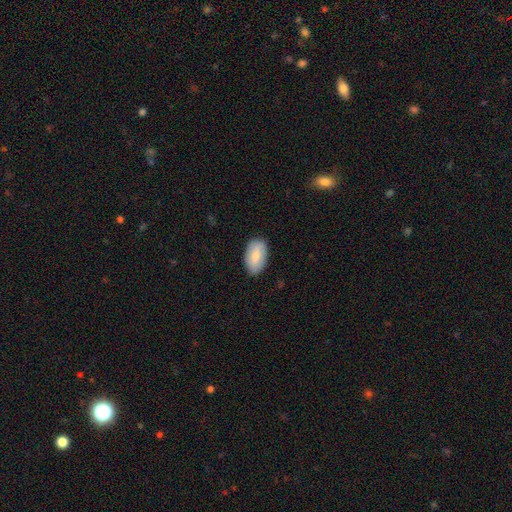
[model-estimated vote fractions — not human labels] This is likely a smooth galaxy (73%). How rounded: clearly in between (93%). Merging: clearly none (85%).